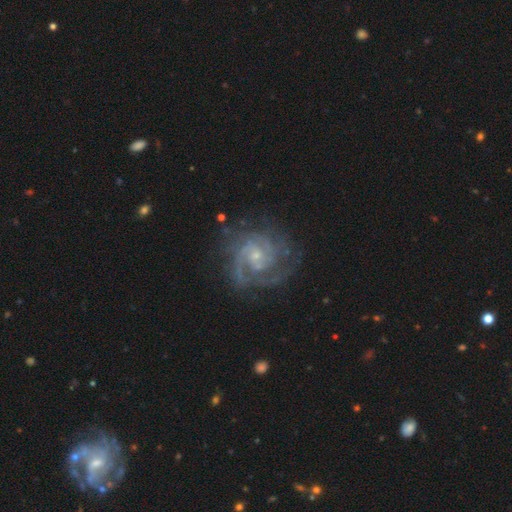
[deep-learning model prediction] Smooth or featured? Predicted: featured or disk (p=0.89). Edge-on disk? Predicted: no (p=0.98). Bar? Predicted: no (p=0.60). Spiral arms? Predicted: yes (p=0.97). Spiral winding? Predicted: tight (p=0.55). Spiral arm count? Predicted: 2 (p=0.34). Bulge size? Predicted: small (p=0.68). Merging? Predicted: none (p=0.70).